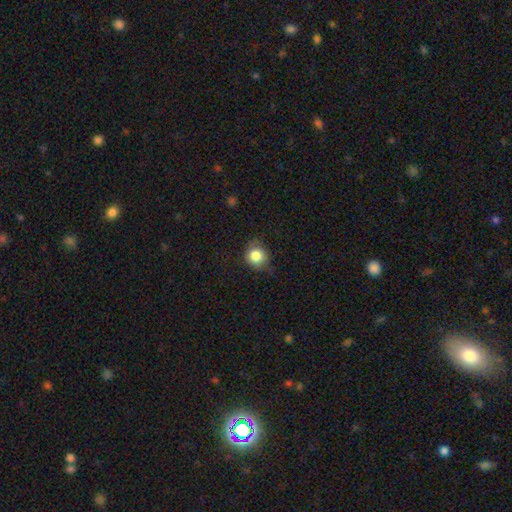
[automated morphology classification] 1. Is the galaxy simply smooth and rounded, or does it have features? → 83% smooth, 10% star or artifact, 7% featured or disk.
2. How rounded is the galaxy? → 86% round, 13% in between, 1% cigar-shaped.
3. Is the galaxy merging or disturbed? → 72% none, 22% minor disturbance, 5% major disturbance, 1% merger.